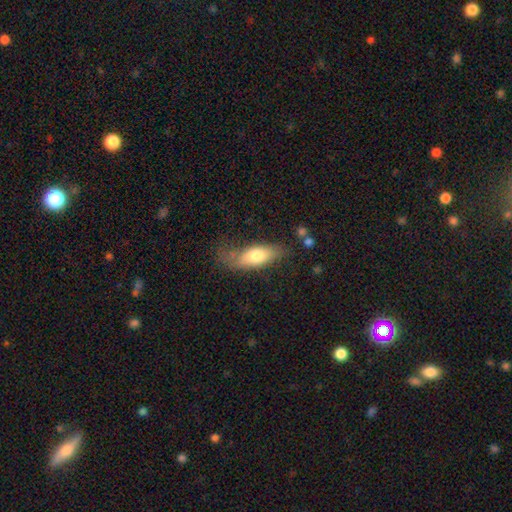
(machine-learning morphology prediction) type=smooth (70%); roundness=in between (73%); merging=none (52%).